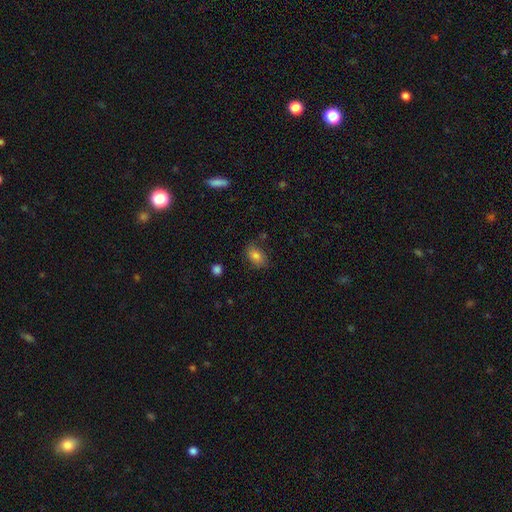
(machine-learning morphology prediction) Smooth or featured? smooth (81%)
How rounded? in between (80%)
Merging? none (75%)